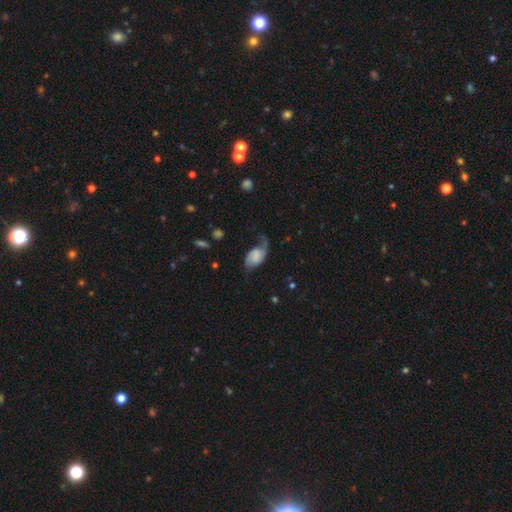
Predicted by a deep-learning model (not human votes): This is likely a featured or disk galaxy (66%). It is clearly not viewed edge-on (97%). Bar: possibly no (60%). Spiral arm pattern: clearly yes (92%). Spiral arm count: clearly 2 (81%). Spiral winding: likely loose (67%). Central bulge: possibly none (54%). Merging: marginally none (44%).